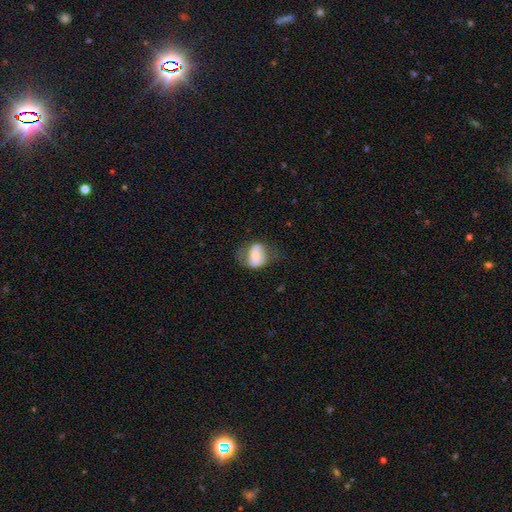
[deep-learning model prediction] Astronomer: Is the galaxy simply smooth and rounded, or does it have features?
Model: smooth — 47% (runner-up: featured or disk, 46%).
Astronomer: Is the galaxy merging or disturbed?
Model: none — 45% (runner-up: minor disturbance, 28%).